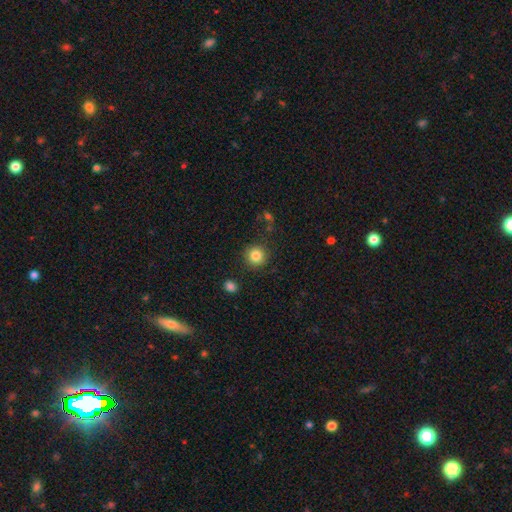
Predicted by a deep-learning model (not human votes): smooth_or_featured: smooth (p=0.85) [alt: star or artifact p=0.10]
how_rounded: round (p=0.93) [alt: in between p=0.06]
merging: none (p=0.88) [alt: minor disturbance p=0.07]